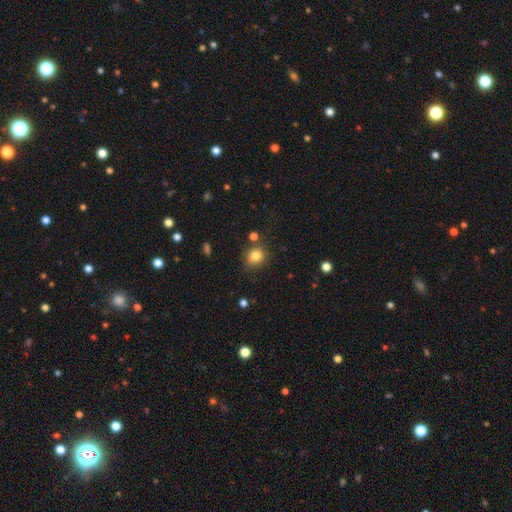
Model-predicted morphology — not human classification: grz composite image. It shows a smooth galaxy with no disk features (81%) that is round (76%). Merging: none (76%).